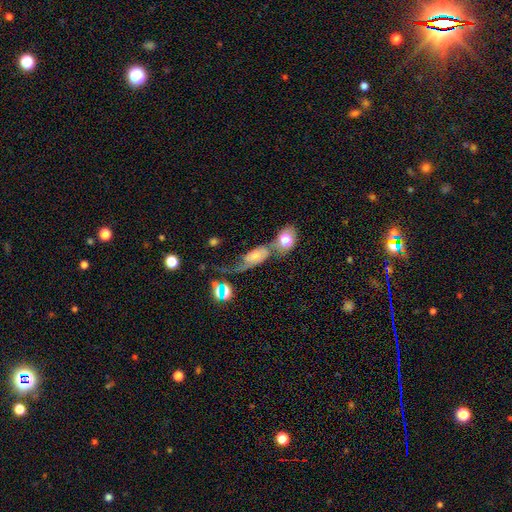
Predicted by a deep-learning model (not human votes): This is possibly a featured or disk galaxy (56%). It is clearly not viewed edge-on (83%). Merging: marginally none (31%).